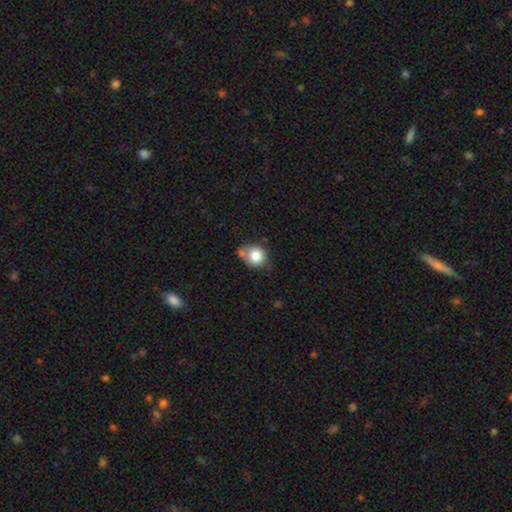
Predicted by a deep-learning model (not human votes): This appears to be a smooth galaxy with no disk features (80%) that is round (74%). Merging: none (47%).